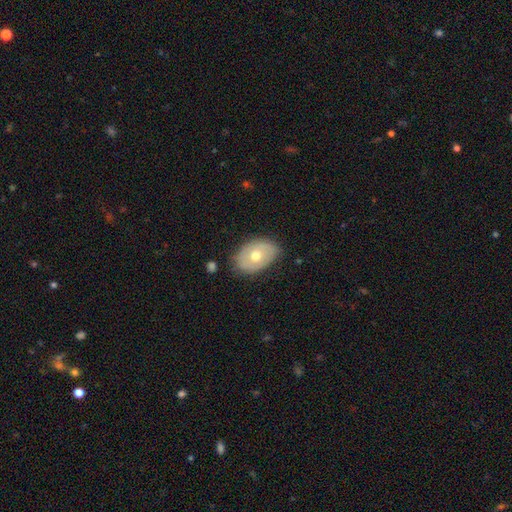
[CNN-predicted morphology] This appears to be a smooth galaxy with no disk features (54%) that is in between round and cigar-shaped (80%). Merging: none (77%).